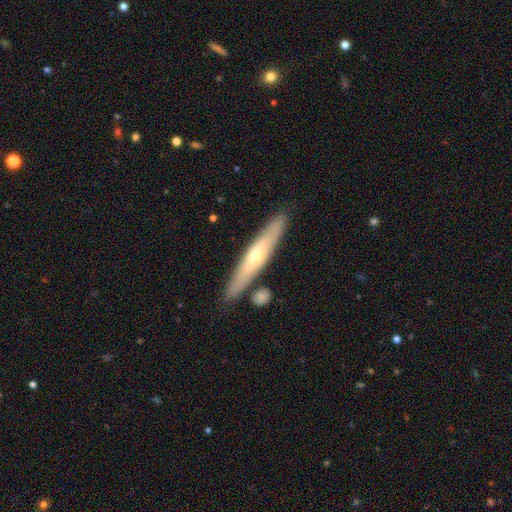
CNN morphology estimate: type=featured or disk (53%); edge-on=yes (85%); merging=none (84%).